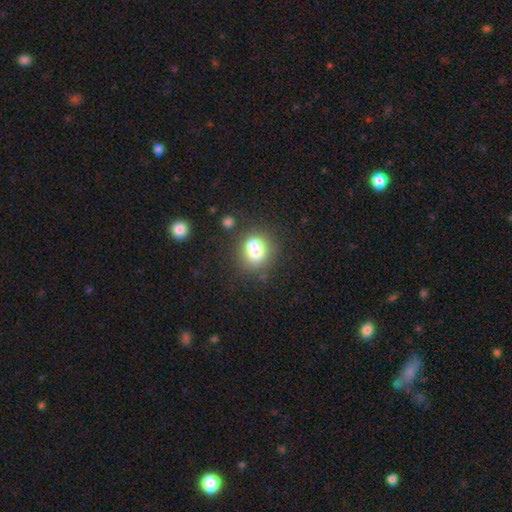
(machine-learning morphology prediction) Smooth or featured? Predicted: smooth (p=0.69). How rounded? Predicted: round (p=0.73). Merging? Predicted: none (p=0.46).